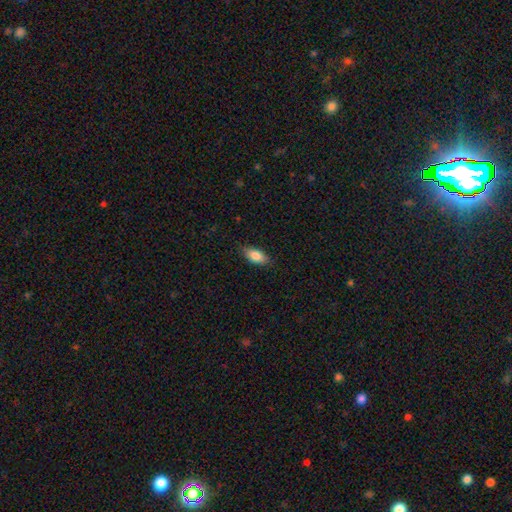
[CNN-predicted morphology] smooth 84%, featured or disk 9%, star or artifact 7%. Down the decision tree: how rounded — in between (88%); merging — none (84%).